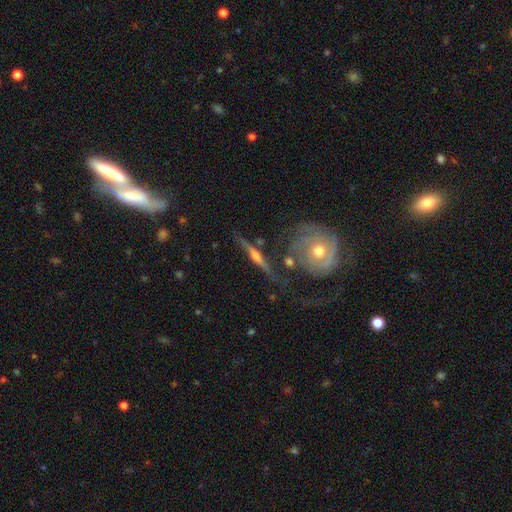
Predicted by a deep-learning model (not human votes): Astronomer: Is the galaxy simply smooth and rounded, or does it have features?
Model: featured or disk — 78%.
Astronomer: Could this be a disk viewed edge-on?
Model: yes — 93%.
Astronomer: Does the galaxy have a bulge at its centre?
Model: rounded — 86%.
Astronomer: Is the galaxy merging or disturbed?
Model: none — 72%.